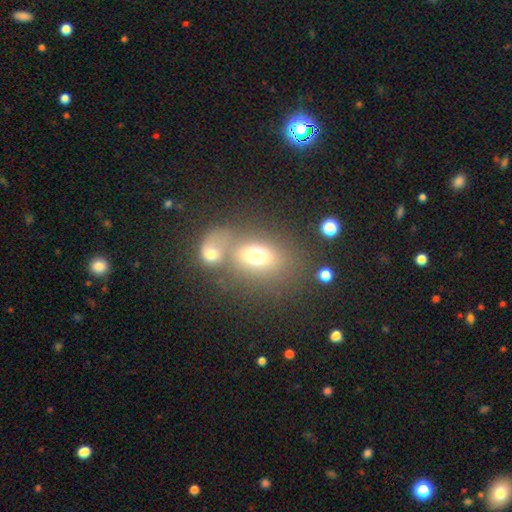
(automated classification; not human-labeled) Smooth or featured? Predicted: smooth (p=0.67). How rounded? Predicted: in between (p=0.70). Merging? Predicted: merger (p=0.50).